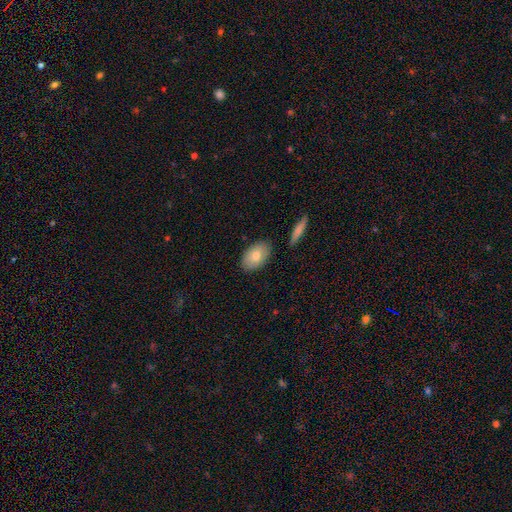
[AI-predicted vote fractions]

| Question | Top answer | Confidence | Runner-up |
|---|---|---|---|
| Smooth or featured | smooth | 78% | featured or disk (16%) |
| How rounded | in between | 92% | round (6%) |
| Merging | none | 84% | minor disturbance (11%) |